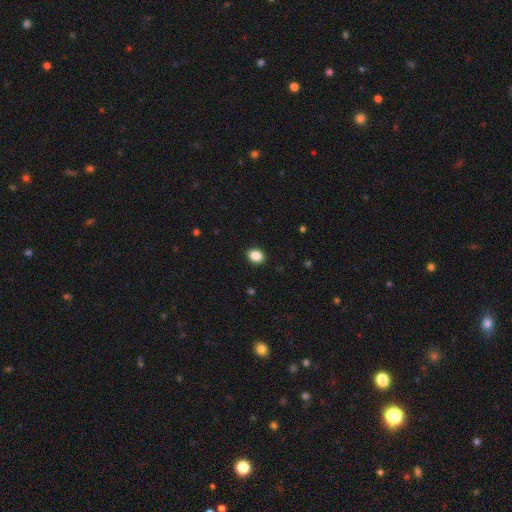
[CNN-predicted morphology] Smooth or featured: smooth — 87% (star or artifact — 9%)
How rounded: in between — 57% (round — 42%)
Merging: none — 91% (minor disturbance — 7%)